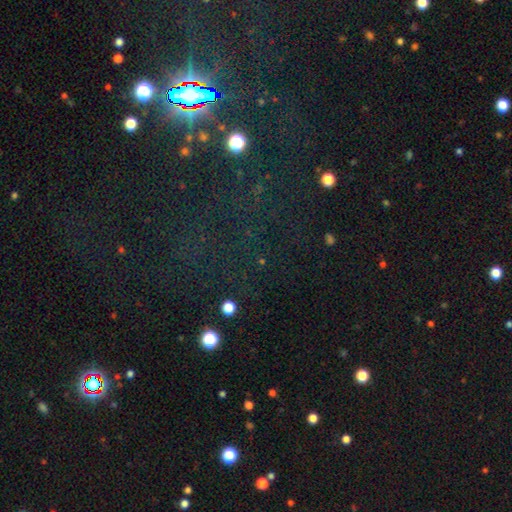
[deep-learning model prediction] Smooth or featured?
  - star or artifact: 75% *
  - smooth: 15%
  - featured or disk: 10%